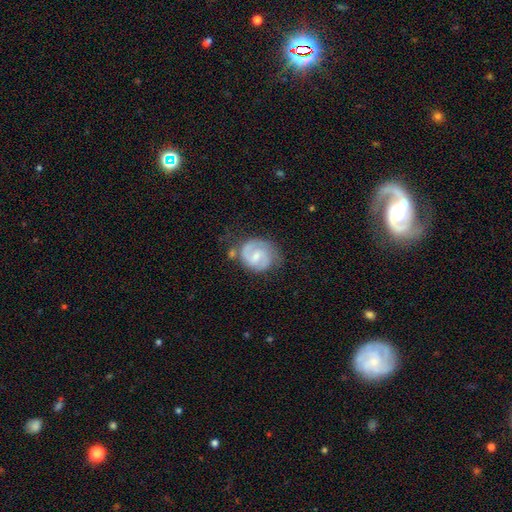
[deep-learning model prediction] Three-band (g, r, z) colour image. It shows a featured or disk galaxy (80%) with a weak bar (57%), 2 (79%) medium (46%) spiral arms (95%) and a small central bulge (55%). Merging: none (62%).